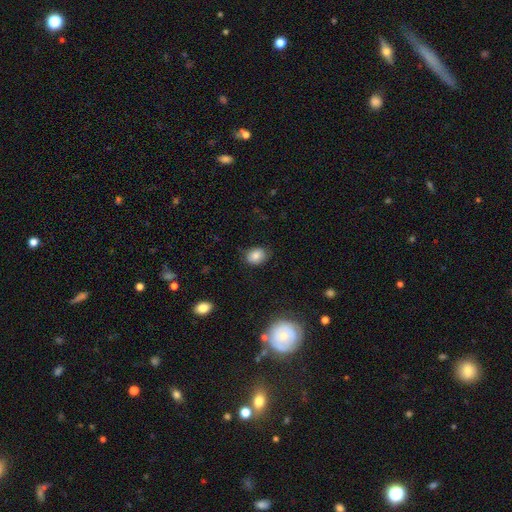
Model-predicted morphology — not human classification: Q: Smooth or featured?
A: smooth (84%); runner-up: star or artifact (9%)
Q: How rounded?
A: in between (60%); runner-up: round (39%)
Q: Merging?
A: none (78%); runner-up: minor disturbance (17%)